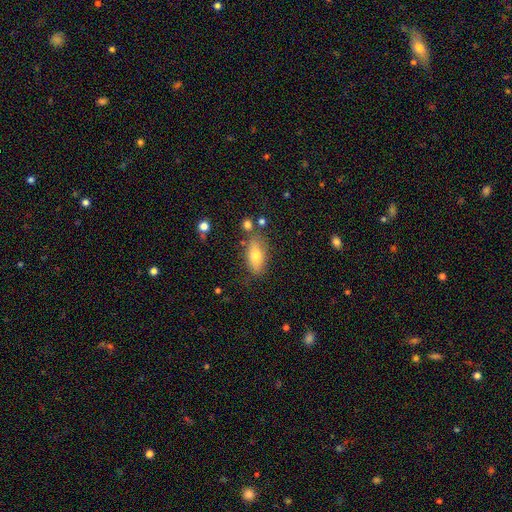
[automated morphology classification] smooth_or_featured: smooth (p=0.68) [alt: featured or disk p=0.25]
how_rounded: in between (p=0.82) [alt: cigar-shaped p=0.13]
merging: none (p=0.75) [alt: minor disturbance p=0.15]